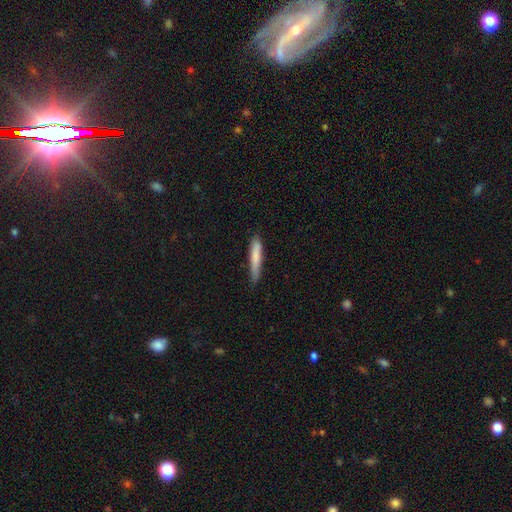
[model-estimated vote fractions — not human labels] smooth_or_featured: smooth (p=0.76) [alt: featured or disk p=0.18]
how_rounded: cigar-shaped (p=0.92) [alt: in between p=0.06]
merging: none (p=0.76) [alt: minor disturbance p=0.20]